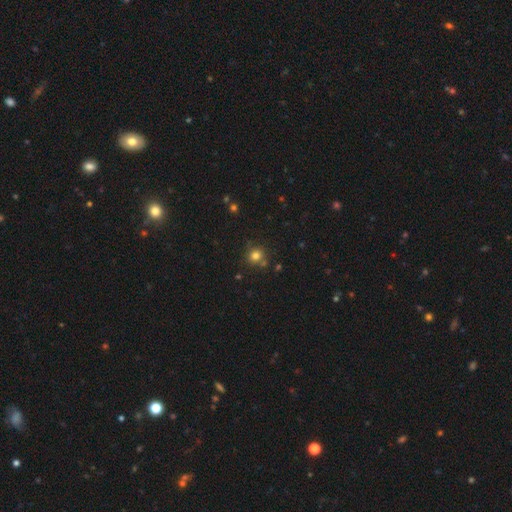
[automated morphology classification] type=smooth (77%); roundness=round (90%); merging=none (77%).